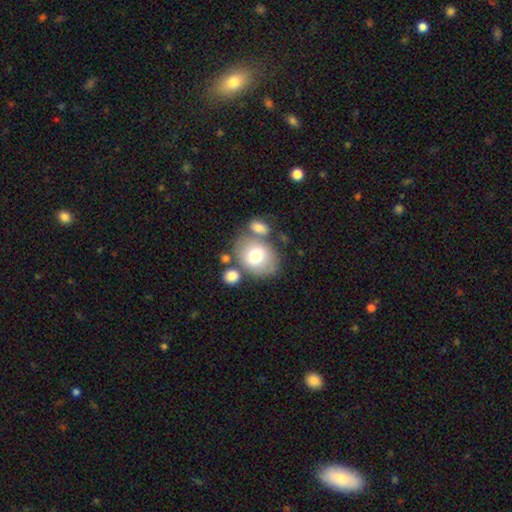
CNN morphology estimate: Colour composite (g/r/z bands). It shows a smooth galaxy with no disk features (70%) that is in between round and cigar-shaped (59%). Merging: none (57%).